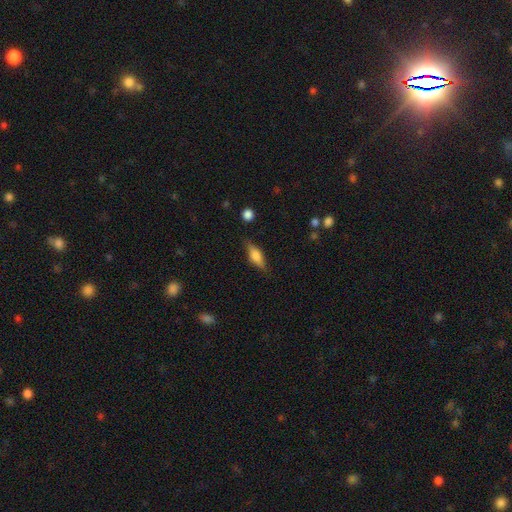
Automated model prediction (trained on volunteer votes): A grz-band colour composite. It shows a smooth galaxy with no disk features (62%) that is in between round and cigar-shaped (61%). Merging: none (79%).